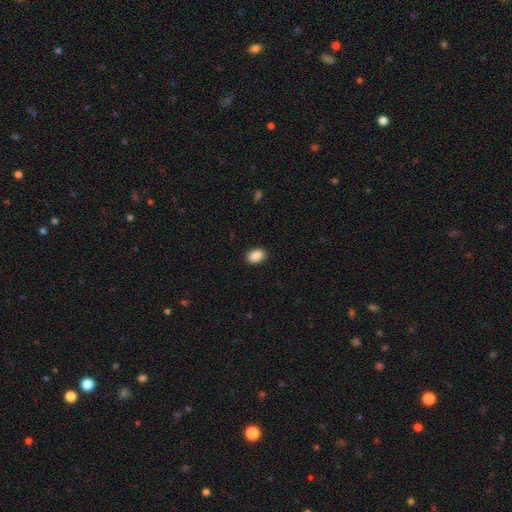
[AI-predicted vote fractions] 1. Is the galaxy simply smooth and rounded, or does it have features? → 90% smooth, 8% star or artifact, 2% featured or disk.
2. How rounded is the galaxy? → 82% in between, 17% round, 1% cigar-shaped.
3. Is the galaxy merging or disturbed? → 89% none, 8% minor disturbance, 2% major disturbance, 1% merger.